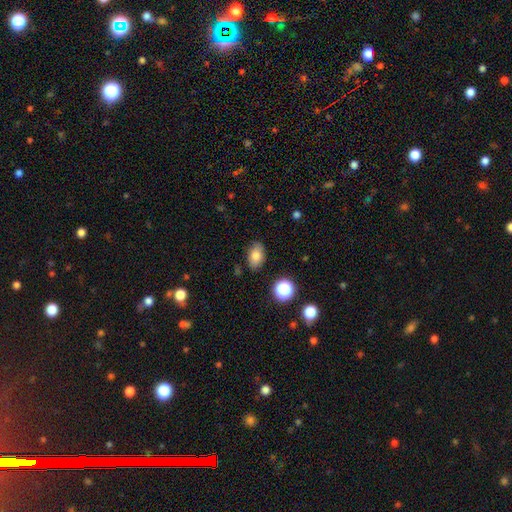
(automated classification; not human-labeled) The model was most divided on "smooth or featured": smooth: 82%, star or artifact: 10%, featured or disk: 8%. More confident: how rounded — in between (86%); merging — none (84%).